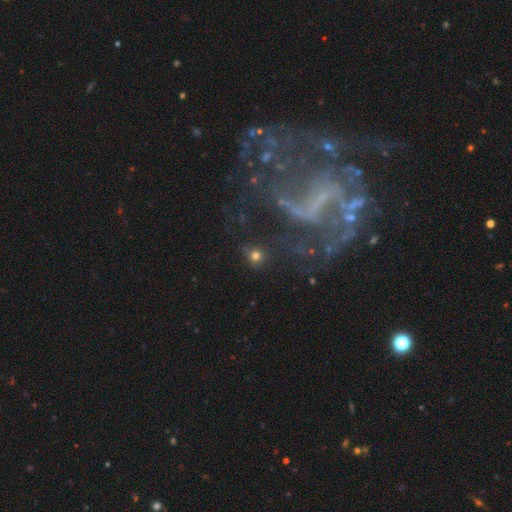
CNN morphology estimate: Smooth or featured? smooth (66%)
How rounded? round (89%)
Merging? none (76%)